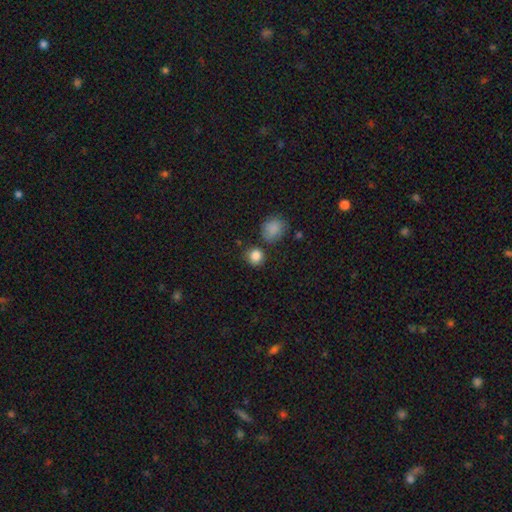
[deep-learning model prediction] smooth_or_featured: smooth (p=0.85) [alt: star or artifact p=0.11]
how_rounded: round (p=0.87) [alt: in between p=0.12]
merging: none (p=0.76) [alt: minor disturbance p=0.12]